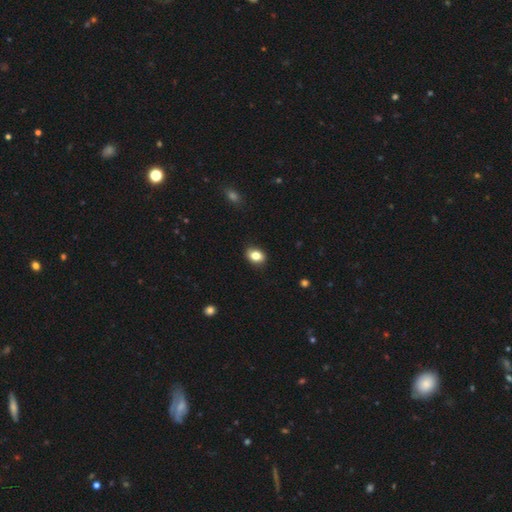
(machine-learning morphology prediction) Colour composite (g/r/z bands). It shows a smooth galaxy with no disk features (83%) that is in between round and cigar-shaped (69%). Merging: none (87%).